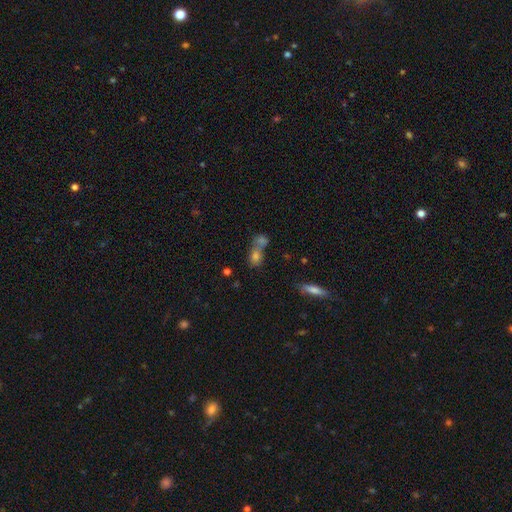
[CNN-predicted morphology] Q: Smooth or featured?
A: smooth (70%); runner-up: featured or disk (15%)
Q: How rounded?
A: in between (60%); runner-up: round (31%)
Q: Merging?
A: merger (56%); runner-up: none (32%)